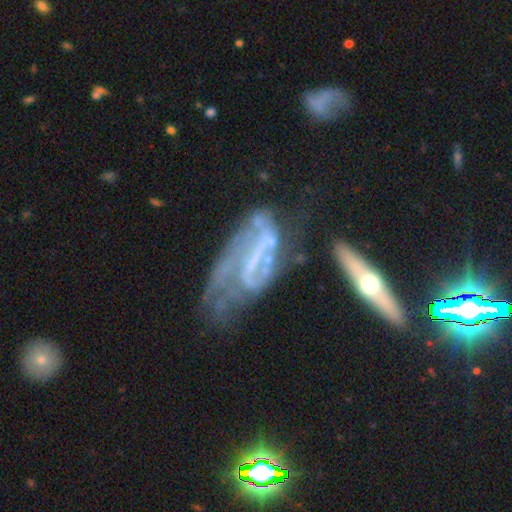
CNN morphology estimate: A featured or disk galaxy (79%) with a strong bar (36%), spiral arms (71%) and a small central bulge (41%).

Vote fractions:
- Smooth or featured? featured or disk: 79% / smooth: 12% / star or artifact: 9%
- Edge-on disk? no: 85% / yes: 15%
- Bar? strong: 36% / weak: 32% / no: 32%
- Spiral arms? yes: 71% / no: 29%
- Bulge size? small: 41% / none: 40% / moderate: 15% / large: 2% / dominant: 1%
- Merging? major disturbance: 35% / none: 28% / minor disturbance: 22% / merger: 14%